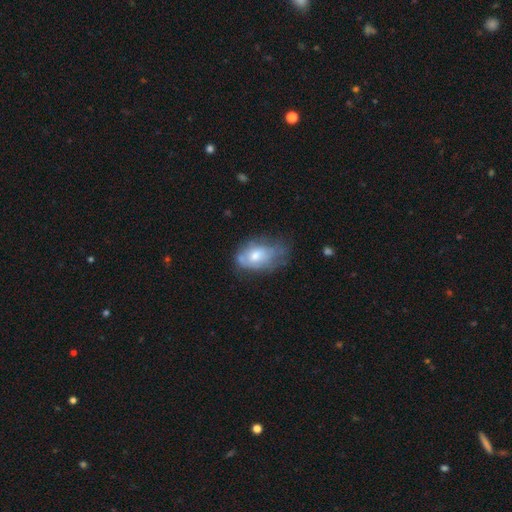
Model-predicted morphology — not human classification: smooth-or-featured: smooth: 57% | featured or disk: 36% | star or artifact: 8%
  how-rounded: in between: 88% | round: 10% | cigar-shaped: 2%
  merging: minor disturbance: 37% | none: 34% | major disturbance: 26% | merger: 4%